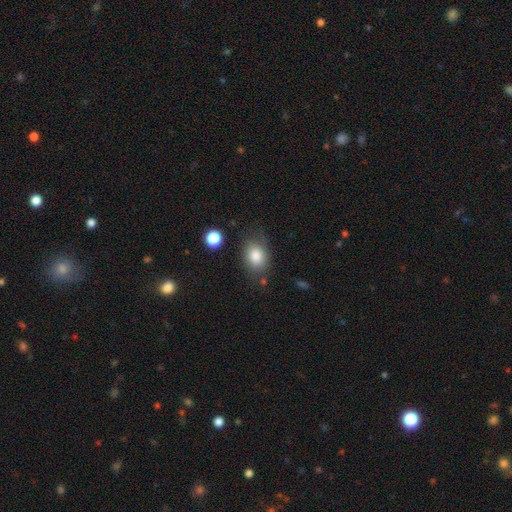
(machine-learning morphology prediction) Q: Smooth or featured?
A: smooth (83%); runner-up: star or artifact (9%)
Q: How rounded?
A: in between (70%); runner-up: round (28%)
Q: Merging?
A: none (69%); runner-up: minor disturbance (20%)